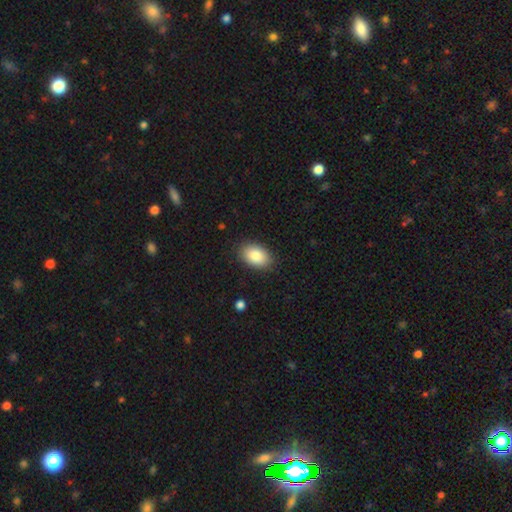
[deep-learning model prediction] Q: Smooth or featured?
A: smooth (87%); runner-up: star or artifact (7%)
Q: How rounded?
A: in between (89%); runner-up: round (10%)
Q: Merging?
A: none (87%); runner-up: minor disturbance (9%)